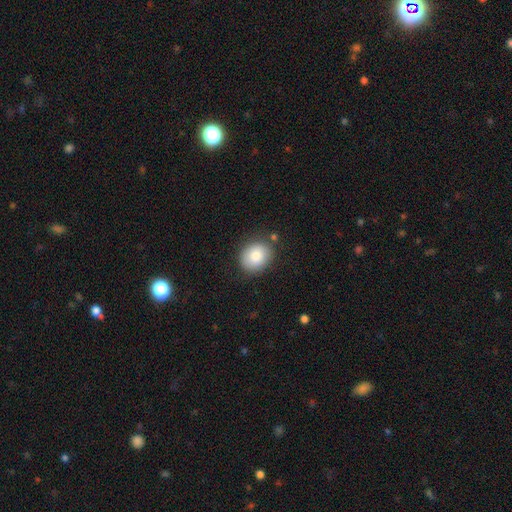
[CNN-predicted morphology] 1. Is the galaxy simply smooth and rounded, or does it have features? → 83% smooth, 9% featured or disk, 8% star or artifact.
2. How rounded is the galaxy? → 60% round, 40% in between, 1% cigar-shaped.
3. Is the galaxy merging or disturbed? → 82% none, 13% minor disturbance, 3% major disturbance, 3% merger.